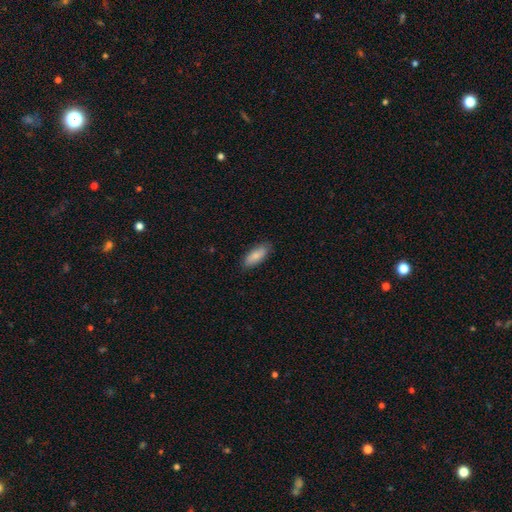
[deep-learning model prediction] This is clearly a smooth galaxy (84%). How rounded: likely in between (78%). Merging: clearly none (87%).